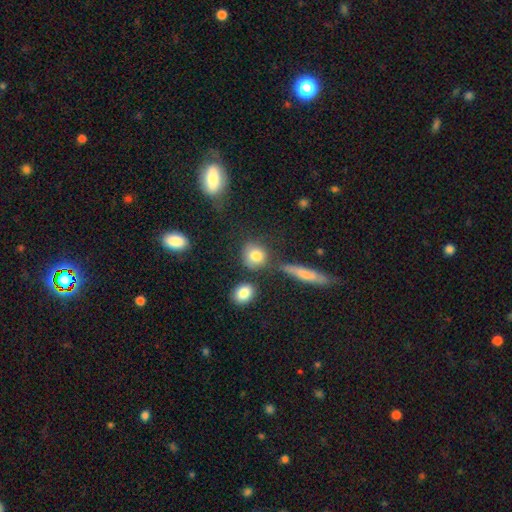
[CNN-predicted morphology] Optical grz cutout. It shows a smooth galaxy with no disk features (80%) that is round (77%). Merging: none (67%).